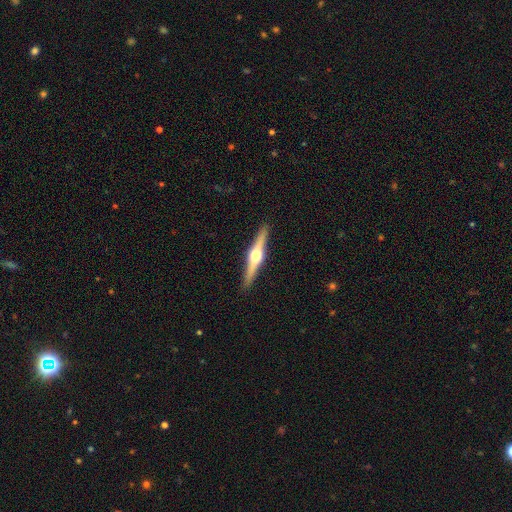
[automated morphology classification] Smooth or featured? Predicted: featured or disk (p=0.78). Edge-on disk? Predicted: yes (p=0.98). Edge-on bulge? Predicted: rounded (p=0.96). Merging? Predicted: none (p=0.92).